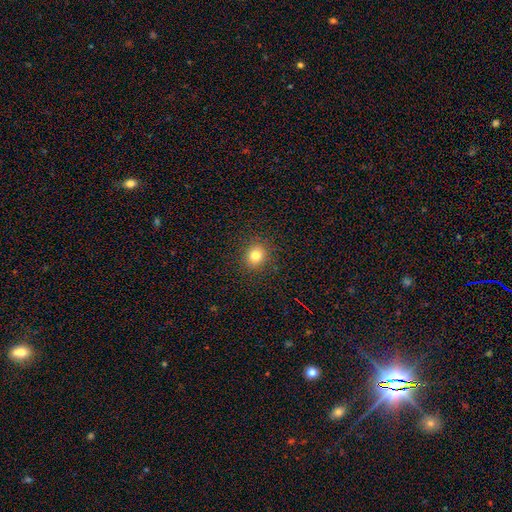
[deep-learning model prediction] smooth-or-featured: smooth: 80% | star or artifact: 13% | featured or disk: 7%
  how-rounded: round: 76% | in between: 23% | cigar-shaped: 1%
  merging: none: 90% | minor disturbance: 7% | major disturbance: 2% | merger: 1%